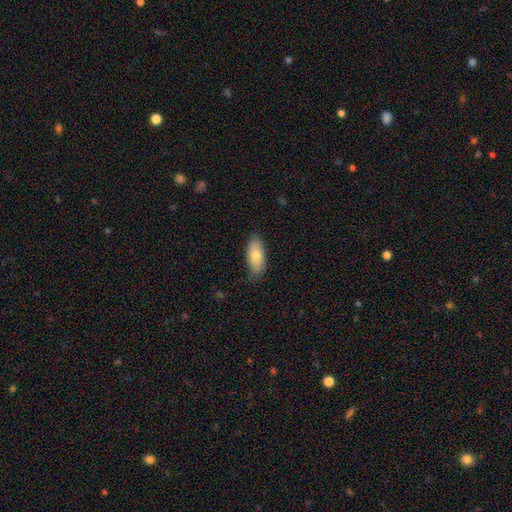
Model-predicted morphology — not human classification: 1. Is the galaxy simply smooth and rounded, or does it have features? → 74% smooth, 19% featured or disk, 7% star or artifact.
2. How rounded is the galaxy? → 83% in between, 15% cigar-shaped, 3% round.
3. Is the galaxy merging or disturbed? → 81% none, 16% minor disturbance, 2% major disturbance, 1% merger.